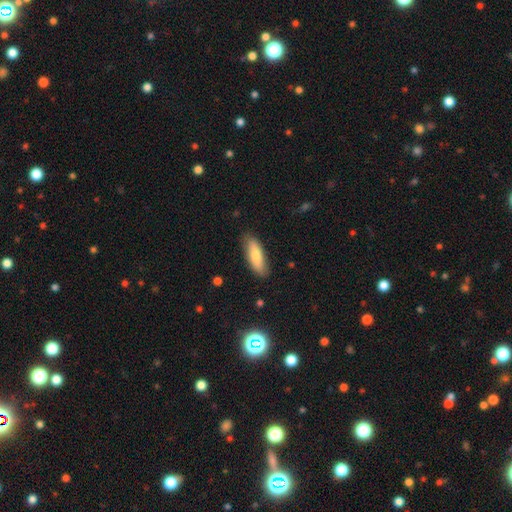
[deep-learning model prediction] This appears to be a smooth galaxy with no disk features (77%) that is in between round and cigar-shaped (57%). Merging: none (83%).